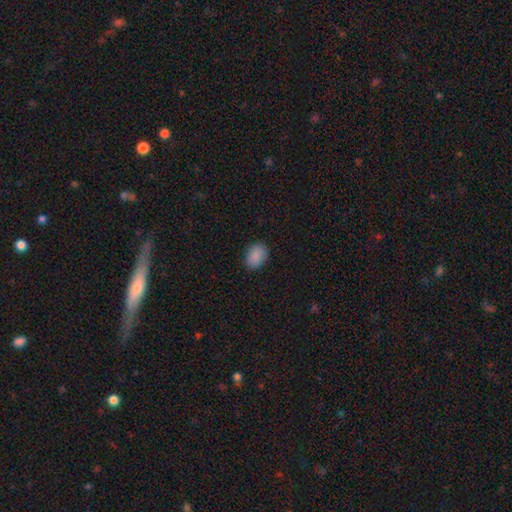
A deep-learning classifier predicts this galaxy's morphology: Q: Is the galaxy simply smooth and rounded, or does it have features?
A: smooth — 88%.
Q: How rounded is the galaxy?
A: in between — 77%.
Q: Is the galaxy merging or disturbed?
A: none — 85%.